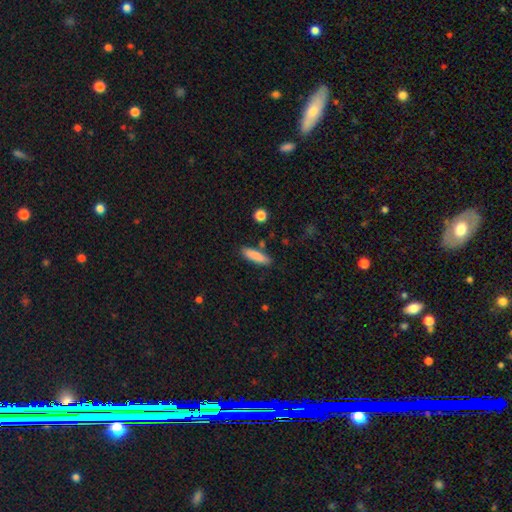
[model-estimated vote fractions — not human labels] Morphology: type=smooth (85%); roundness=cigar-shaped (65%); merging=none (84%).